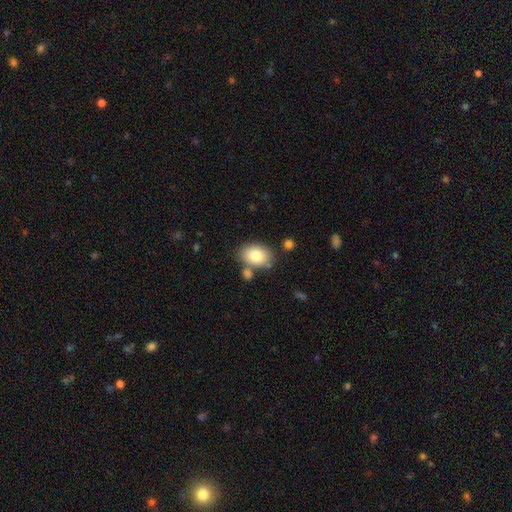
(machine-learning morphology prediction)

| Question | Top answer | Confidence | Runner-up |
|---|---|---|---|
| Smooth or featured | smooth | 80% | featured or disk (12%) |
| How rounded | in between | 76% | round (23%) |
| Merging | none | 71% | minor disturbance (14%) |